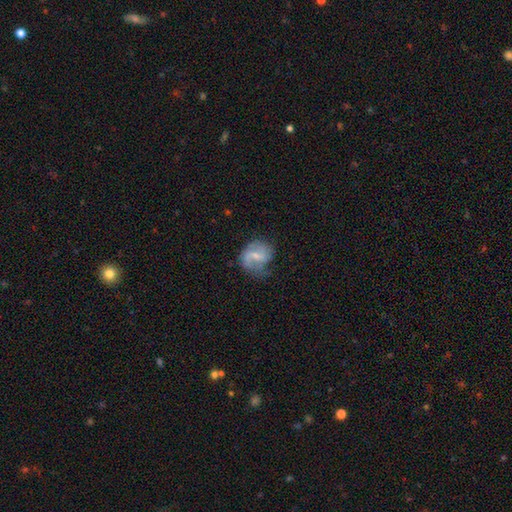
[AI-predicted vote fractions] This is likely a featured or disk galaxy (64%). It is clearly not viewed edge-on (98%). Bar: possibly weak (54%). Spiral arm pattern: clearly yes (85%). Spiral arm count: likely 2 (65%). Spiral winding: marginally medium (44%). Central bulge: likely small (61%). Merging: possibly none (51%).